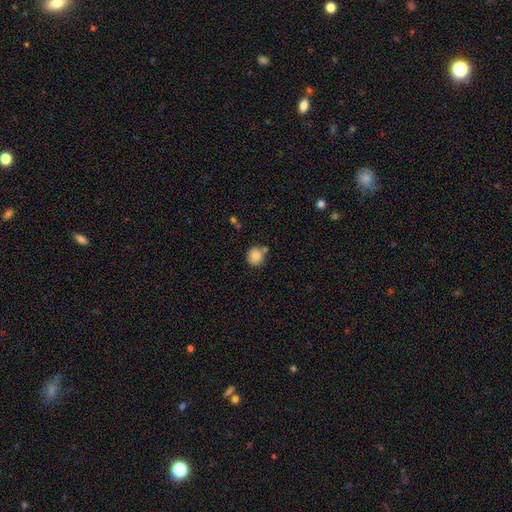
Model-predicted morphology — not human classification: Q: Smooth or featured?
A: smooth (85%); runner-up: star or artifact (9%)
Q: How rounded?
A: round (87%); runner-up: in between (12%)
Q: Merging?
A: none (72%); runner-up: minor disturbance (13%)